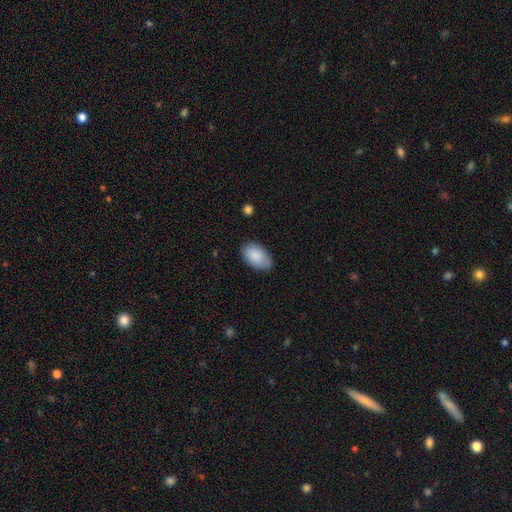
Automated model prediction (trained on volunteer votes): Smooth or featured? Predicted: smooth (p=0.87). How rounded? Predicted: in between (p=0.93). Merging? Predicted: none (p=0.80).